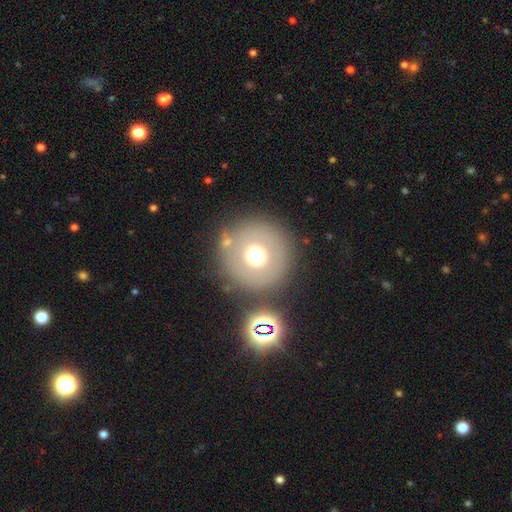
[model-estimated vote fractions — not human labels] A smooth galaxy with no disk features (63%) that is round (96%). Merging: none (80%).